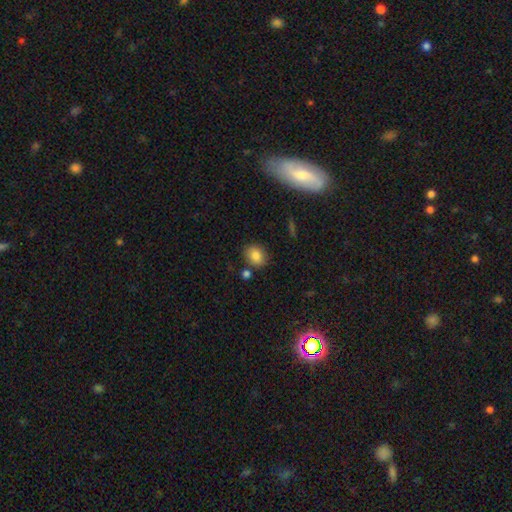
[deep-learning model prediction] Q: Smooth or featured?
A: smooth (84%); runner-up: star or artifact (9%)
Q: How rounded?
A: round (55%); runner-up: in between (43%)
Q: Merging?
A: none (78%); runner-up: minor disturbance (12%)